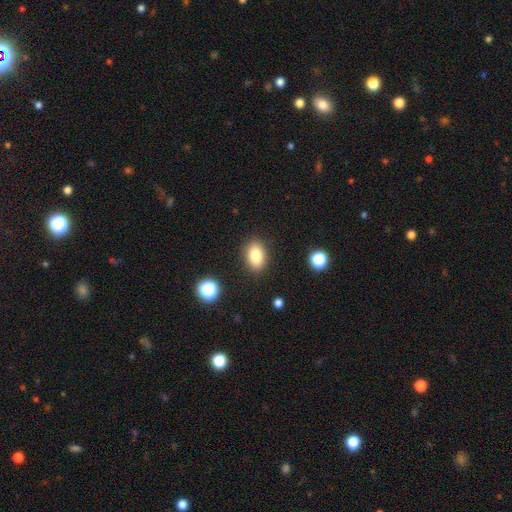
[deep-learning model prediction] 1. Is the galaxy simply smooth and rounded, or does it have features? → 82% smooth, 10% star or artifact, 8% featured or disk.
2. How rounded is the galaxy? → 84% in between, 14% round, 2% cigar-shaped.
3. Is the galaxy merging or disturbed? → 87% none, 9% minor disturbance, 3% major disturbance, 1% merger.